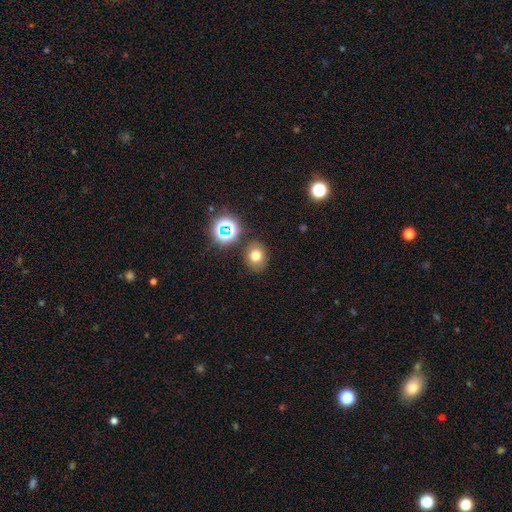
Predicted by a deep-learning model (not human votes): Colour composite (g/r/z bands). It shows a smooth galaxy with no disk features (71%) that is round (55%). Merging: none (82%).